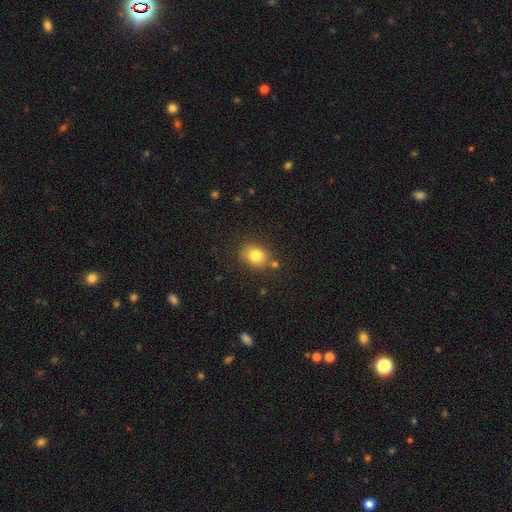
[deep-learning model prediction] Smooth or featured?
  - smooth: 81% *
  - star or artifact: 11%
  - featured or disk: 8%
How rounded?
  - round: 59% *
  - in between: 40%
  - cigar-shaped: 1%
Merging?
  - none: 78% *
  - minor disturbance: 12%
  - merger: 7%
  - major disturbance: 3%